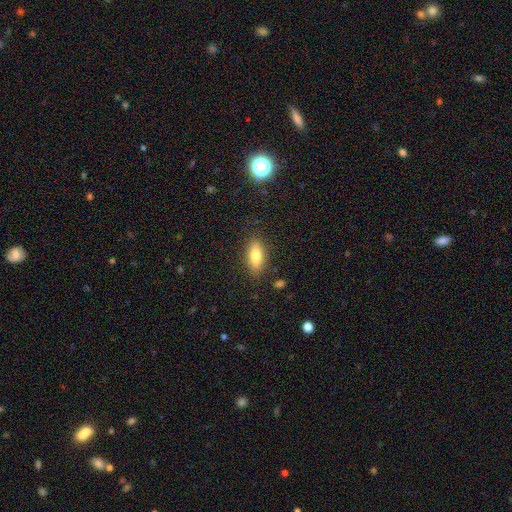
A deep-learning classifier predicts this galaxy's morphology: Overall: smooth (75%). How rounded: in between (75%). Merging: none (85%).